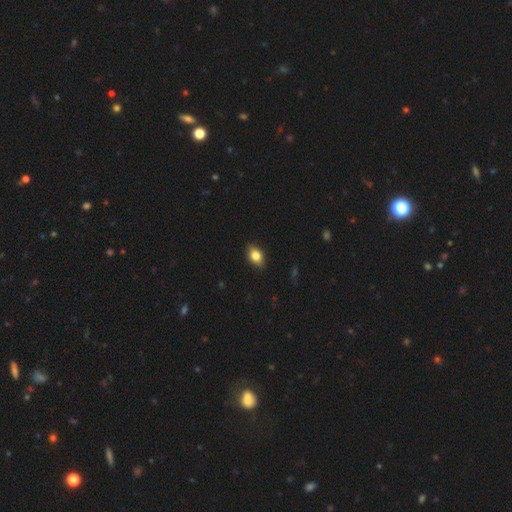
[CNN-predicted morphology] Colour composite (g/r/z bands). It shows a smooth galaxy with no disk features (82%) that is in between round and cigar-shaped (81%). Merging: none (87%).